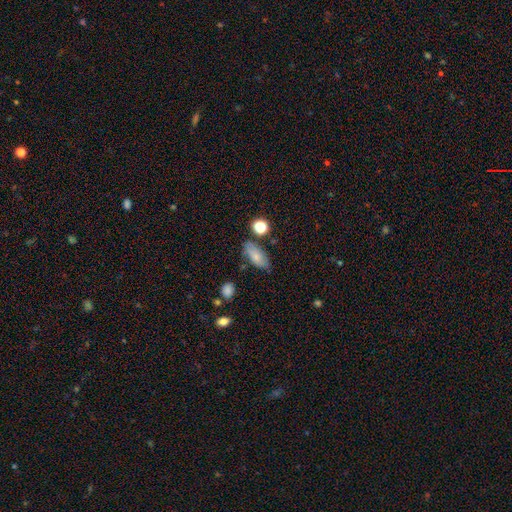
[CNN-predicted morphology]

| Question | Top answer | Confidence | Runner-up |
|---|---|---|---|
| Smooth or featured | smooth | 76% | featured or disk (16%) |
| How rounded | in between | 85% | cigar-shaped (11%) |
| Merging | none | 71% | minor disturbance (18%) |